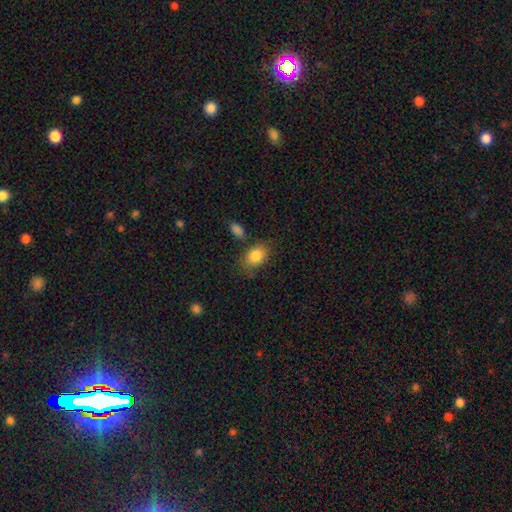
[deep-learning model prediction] Smooth or featured? Predicted: smooth (p=0.84). How rounded? Predicted: in between (p=0.76). Merging? Predicted: none (p=0.70).